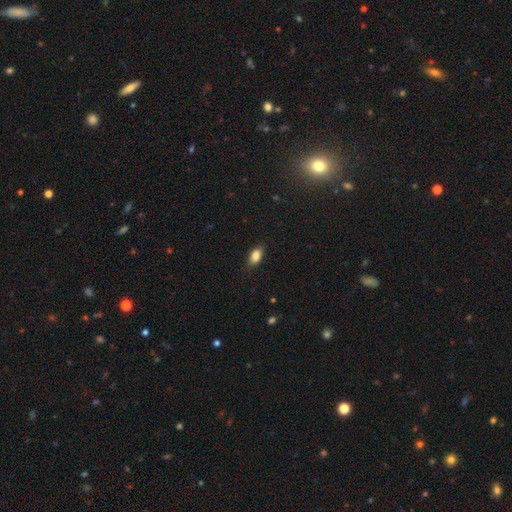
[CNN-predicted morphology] Smooth or featured? Predicted: smooth (p=0.85). How rounded? Predicted: in between (p=0.88). Merging? Predicted: none (p=0.85).